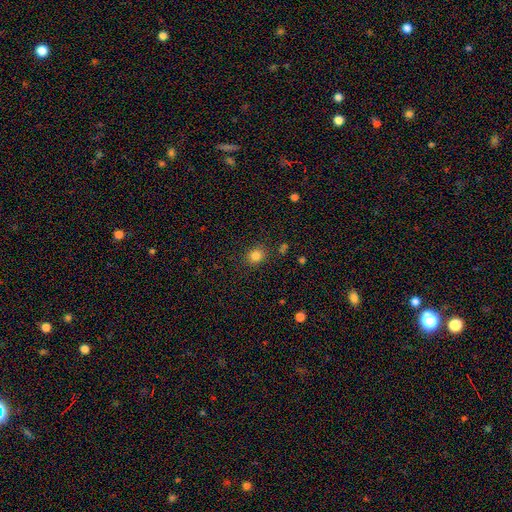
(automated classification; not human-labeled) This appears to be a smooth galaxy with no disk features (83%) that is round (71%). Merging: none (84%).